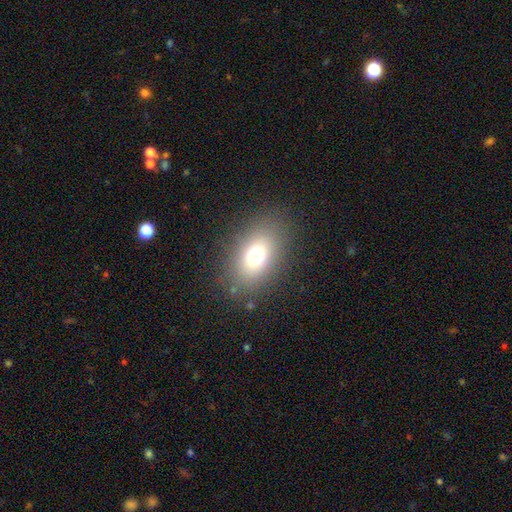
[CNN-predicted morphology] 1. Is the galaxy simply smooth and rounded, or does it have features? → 72% smooth, 15% featured or disk, 14% star or artifact.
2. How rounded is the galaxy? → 81% in between, 17% round, 2% cigar-shaped.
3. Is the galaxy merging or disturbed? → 83% none, 10% minor disturbance, 5% major disturbance, 1% merger.